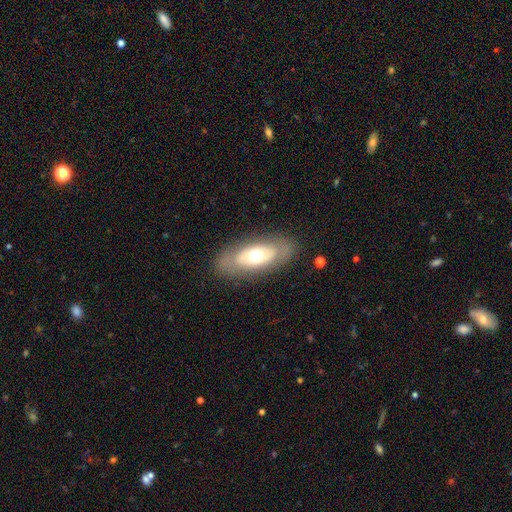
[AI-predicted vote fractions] Overall: smooth (48%; featured or disk 46%). Merging: none (82%).